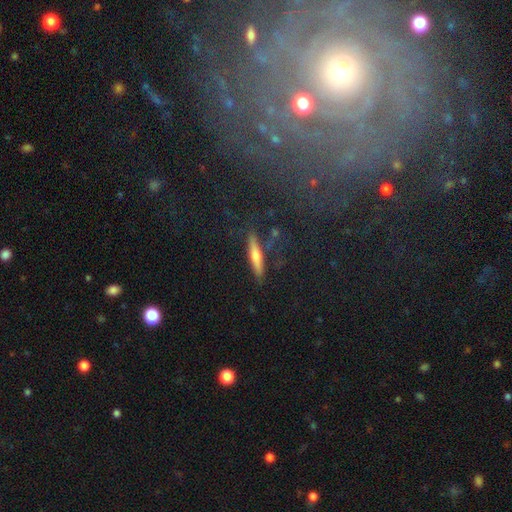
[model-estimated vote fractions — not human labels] Smooth or featured?
  - smooth: 46% *
  - featured or disk: 42%
  - star or artifact: 12%
Merging?
  - none: 82% *
  - minor disturbance: 12%
  - merger: 3%
  - major disturbance: 3%